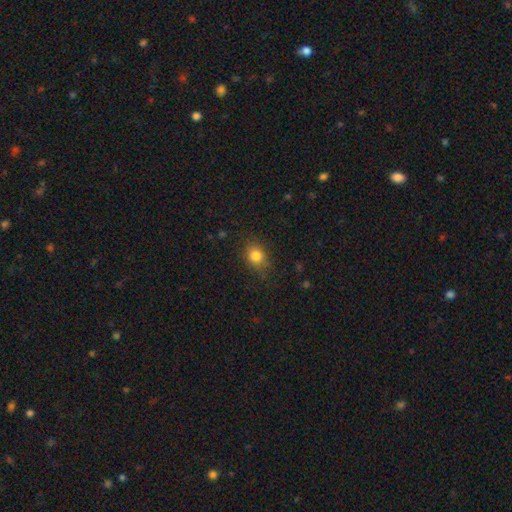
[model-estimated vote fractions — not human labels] This appears to be a smooth galaxy with no disk features (81%) that is round (60%). Merging: none (80%).